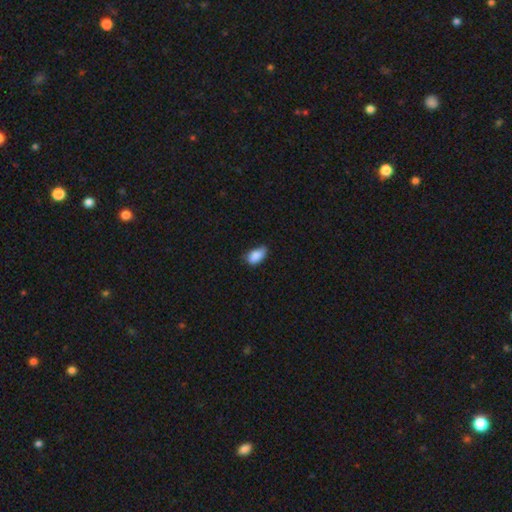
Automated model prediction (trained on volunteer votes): A smooth galaxy with no disk features (87%) that is in between round and cigar-shaped (92%). Merging: none (51%).